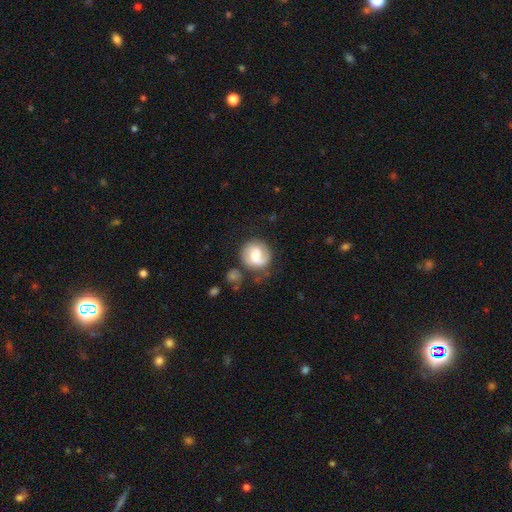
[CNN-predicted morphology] Smooth or featured? featured or disk (55%)
Edge-on disk? no (98%)
Bar? weak (50%)
Spiral arms? yes (87%)
Bulge size? moderate (45%)
Merging? none (63%)